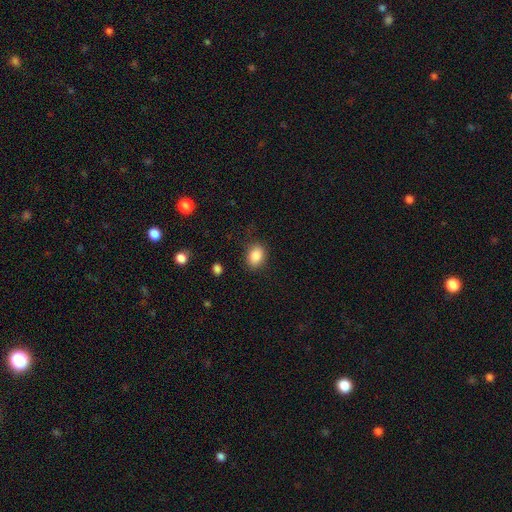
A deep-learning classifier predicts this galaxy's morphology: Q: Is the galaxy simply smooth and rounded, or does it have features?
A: smooth — 86%.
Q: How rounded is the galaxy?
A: in between — 63%.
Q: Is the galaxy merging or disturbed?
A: none — 82%.